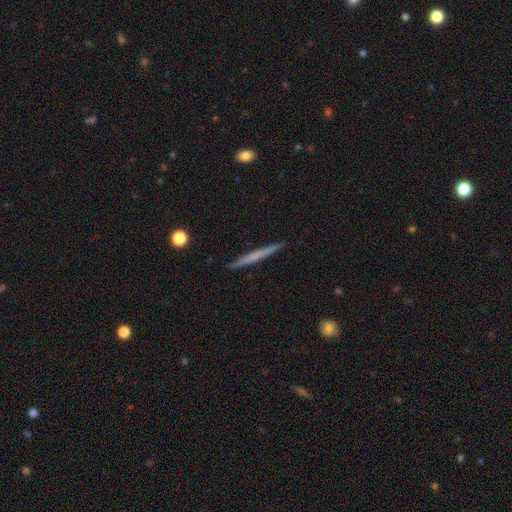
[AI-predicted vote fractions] smooth 50%, featured or disk 44%, star or artifact 6%. Down the decision tree: merging — none (92%).